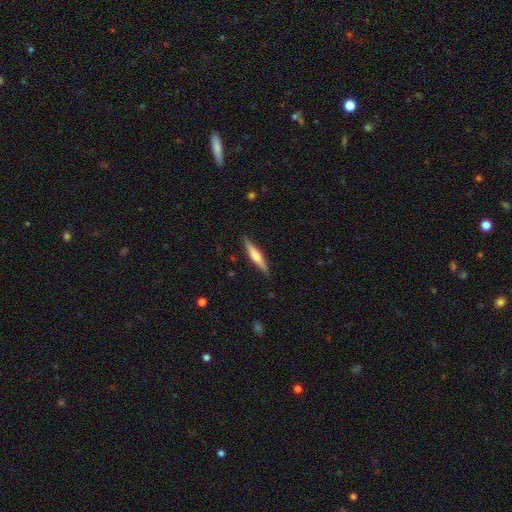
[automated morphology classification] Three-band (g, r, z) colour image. It shows a smooth galaxy with no disk features (50%). Merging: none (89%).